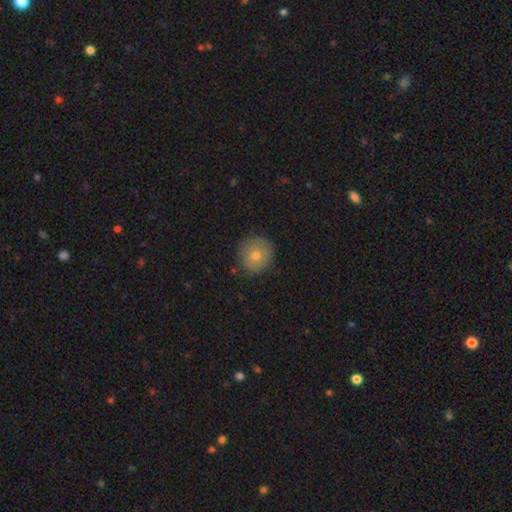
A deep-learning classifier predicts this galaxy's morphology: Smooth or featured: smooth — 72% (featured or disk — 16%)
How rounded: round — 91% (in between — 8%)
Merging: none — 86% (minor disturbance — 10%)